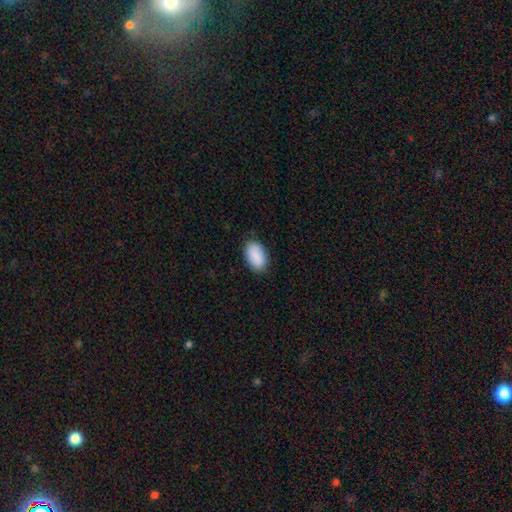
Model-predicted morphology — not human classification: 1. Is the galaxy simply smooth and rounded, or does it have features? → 91% smooth, 6% star or artifact, 3% featured or disk.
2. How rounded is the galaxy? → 94% in between, 5% round, 1% cigar-shaped.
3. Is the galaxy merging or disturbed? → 86% none, 11% minor disturbance, 2% major disturbance, 1% merger.